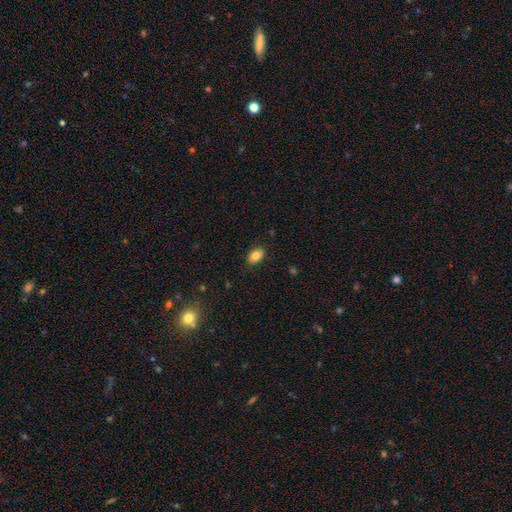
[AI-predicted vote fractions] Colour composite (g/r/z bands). It shows a smooth galaxy with no disk features (82%) that is in between round and cigar-shaped (89%). Merging: none (86%).